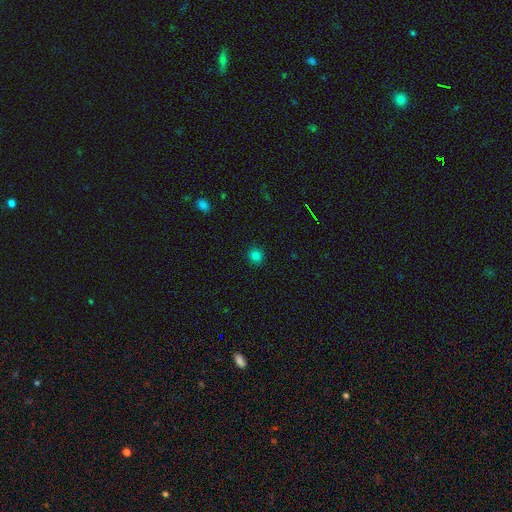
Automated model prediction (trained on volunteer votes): This appears to be a smooth galaxy with no disk features (81%) that is round (91%). Merging: none (92%).